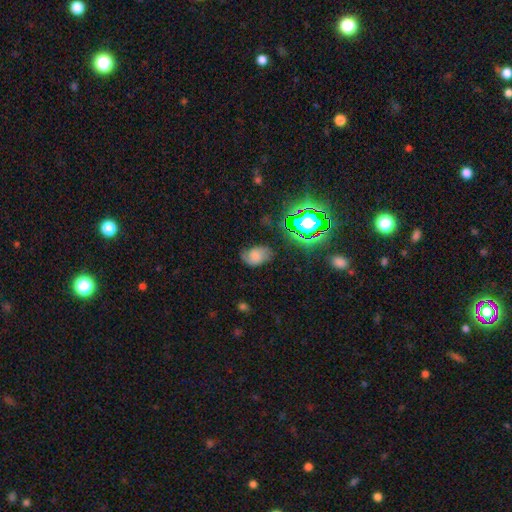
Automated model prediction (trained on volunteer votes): Smooth or featured?
  - smooth: 56% *
  - featured or disk: 25%
  - star or artifact: 18%
How rounded?
  - in between: 84% *
  - round: 15%
  - cigar-shaped: 1%
Merging?
  - none: 61% *
  - minor disturbance: 27%
  - major disturbance: 10%
  - merger: 2%